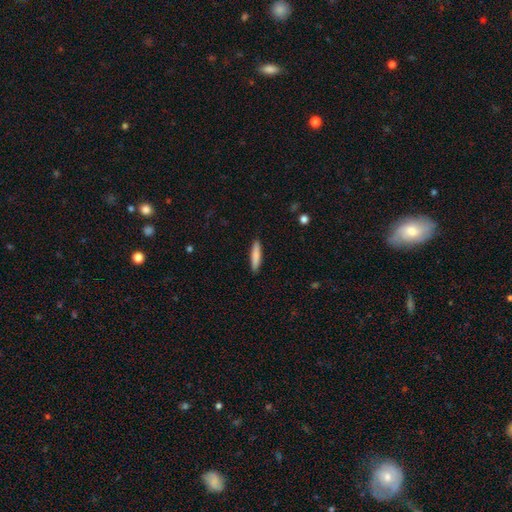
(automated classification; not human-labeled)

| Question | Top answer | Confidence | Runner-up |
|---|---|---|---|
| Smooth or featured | smooth | 82% | featured or disk (13%) |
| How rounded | cigar-shaped | 87% | in between (12%) |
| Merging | none | 91% | minor disturbance (7%) |